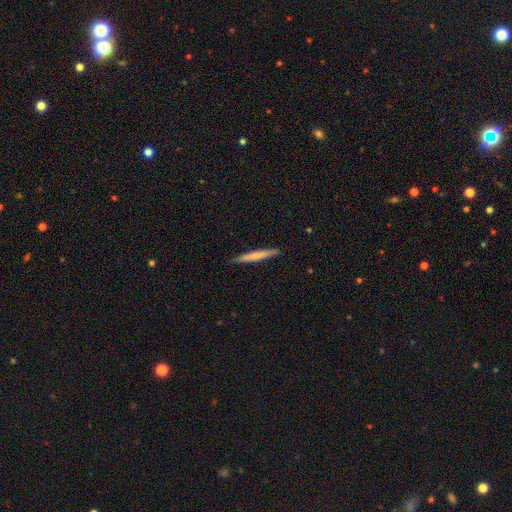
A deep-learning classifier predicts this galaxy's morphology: A smooth galaxy with no disk features (66%) that is cigar-shaped (97%).

Vote fractions:
- Smooth or featured? smooth: 66% / featured or disk: 28% / star or artifact: 5%
- How rounded? cigar-shaped: 97% / in between: 2% / round: 1%
- Merging? none: 89% / minor disturbance: 8% / major disturbance: 1% / merger: 1%